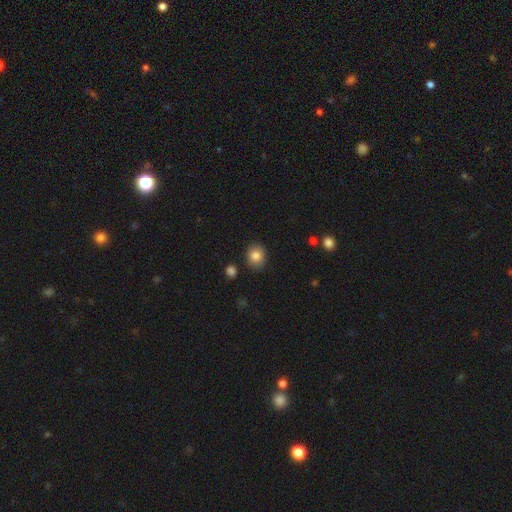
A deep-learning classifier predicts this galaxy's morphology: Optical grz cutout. It shows a smooth galaxy with no disk features (84%) that is round (66%). Merging: none (88%).